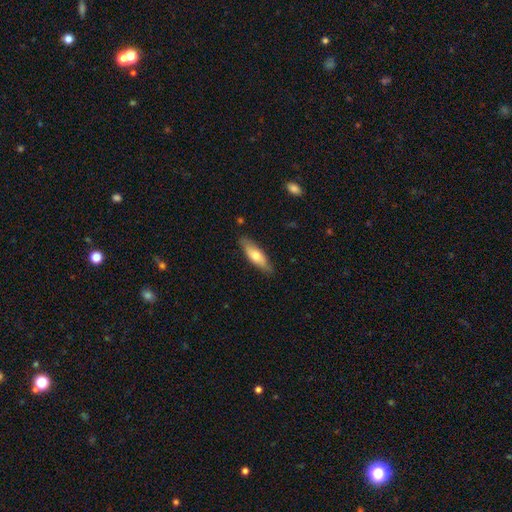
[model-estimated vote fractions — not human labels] smooth_or_featured: smooth (p=0.64) [alt: featured or disk p=0.31]
how_rounded: in between (p=0.51) [alt: cigar-shaped p=0.47]
merging: none (p=0.84) [alt: minor disturbance p=0.13]